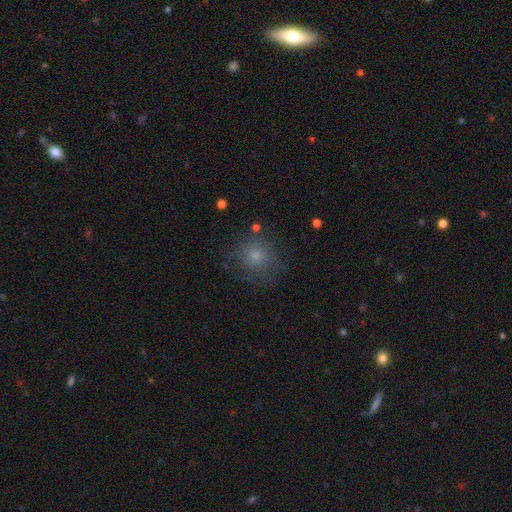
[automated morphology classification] type=smooth (74%); roundness=round (87%); merging=none (71%).